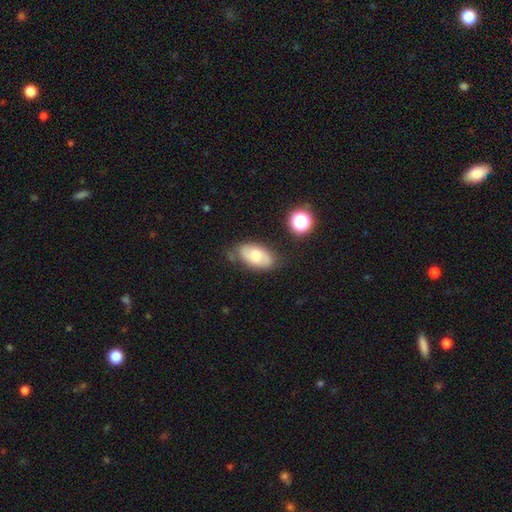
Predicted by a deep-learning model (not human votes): Smooth or featured? smooth (60%)
How rounded? in between (92%)
Merging? none (66%)